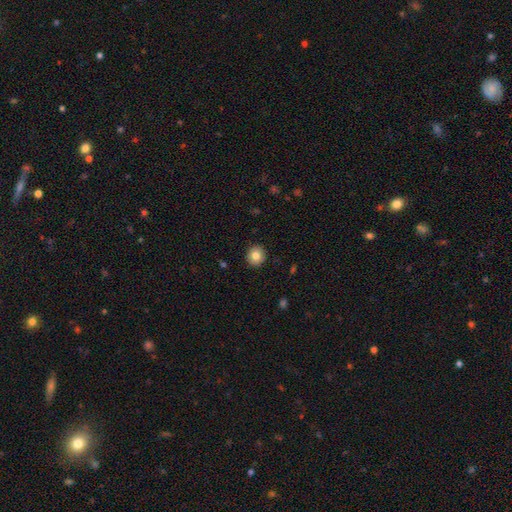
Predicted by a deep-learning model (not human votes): A smooth galaxy with no disk features (82%) that is round (88%). Merging: none (92%).